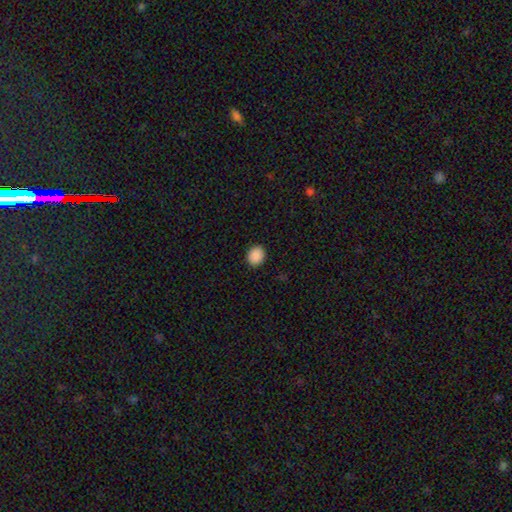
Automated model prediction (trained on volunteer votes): Smooth or featured? Predicted: smooth (p=0.90). How rounded? Predicted: round (p=0.60). Merging? Predicted: none (p=0.91).